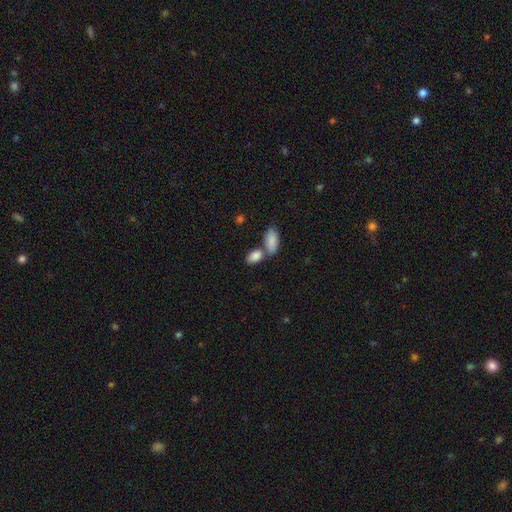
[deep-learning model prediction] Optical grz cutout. It shows a smooth galaxy with no disk features (87%) that is in between round and cigar-shaped (91%). Merging: merger (45%).